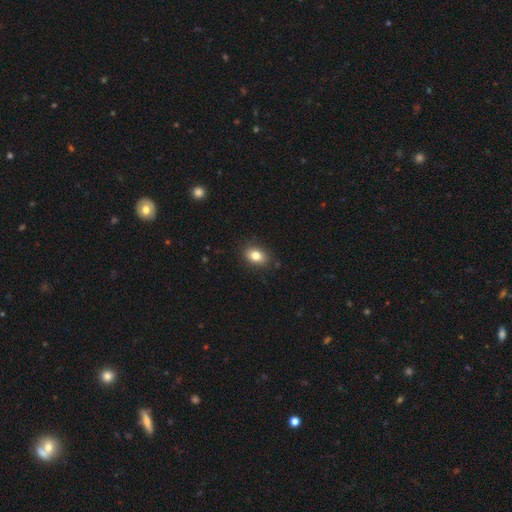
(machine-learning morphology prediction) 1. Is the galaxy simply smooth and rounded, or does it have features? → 82% smooth, 9% star or artifact, 9% featured or disk.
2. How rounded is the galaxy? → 79% in between, 20% round, 1% cigar-shaped.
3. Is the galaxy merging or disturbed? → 86% none, 10% minor disturbance, 2% major disturbance, 1% merger.